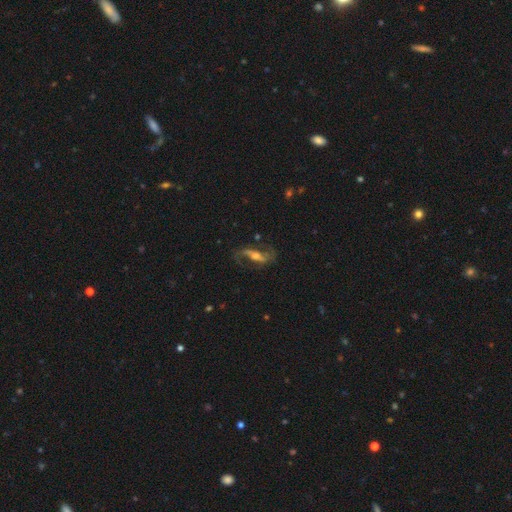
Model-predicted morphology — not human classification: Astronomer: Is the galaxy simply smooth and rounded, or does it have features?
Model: featured or disk — 80%.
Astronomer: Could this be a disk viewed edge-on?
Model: no — 86%.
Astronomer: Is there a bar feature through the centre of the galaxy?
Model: strong — 45% (runner-up: weak, 34%).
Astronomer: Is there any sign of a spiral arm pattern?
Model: yes — 92%.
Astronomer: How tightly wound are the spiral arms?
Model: loose — 61%.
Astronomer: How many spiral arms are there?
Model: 2 — 89%.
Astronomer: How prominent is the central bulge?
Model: moderate — 55%.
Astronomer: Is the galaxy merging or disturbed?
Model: none — 66%.